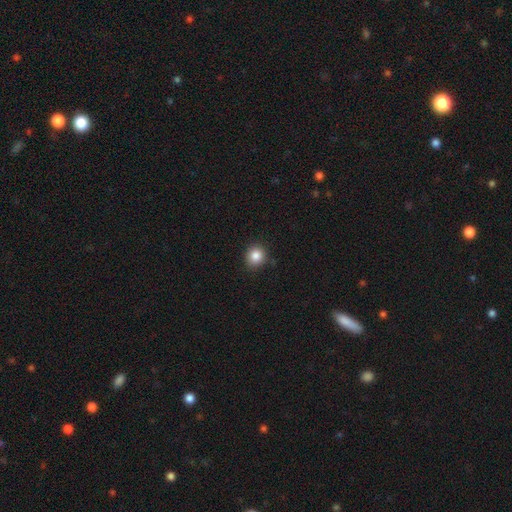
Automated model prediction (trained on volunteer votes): Smooth or featured?
  - smooth: 85% *
  - star or artifact: 10%
  - featured or disk: 4%
How rounded?
  - round: 85% *
  - in between: 15%
  - cigar-shaped: 1%
Merging?
  - none: 87% *
  - minor disturbance: 10%
  - major disturbance: 2%
  - merger: 1%